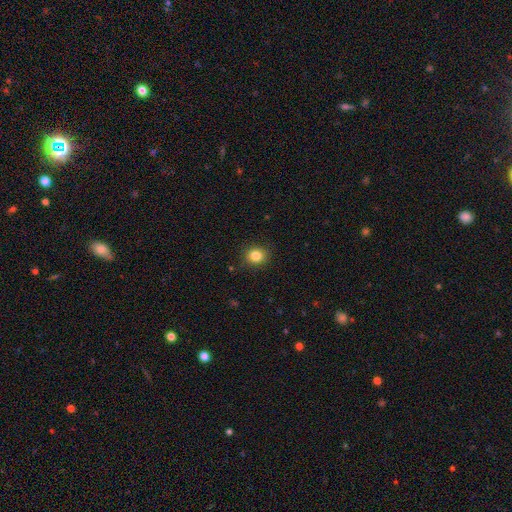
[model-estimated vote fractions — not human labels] Q: Smooth or featured?
A: smooth (84%); runner-up: star or artifact (11%)
Q: How rounded?
A: round (76%); runner-up: in between (23%)
Q: Merging?
A: none (88%); runner-up: minor disturbance (8%)